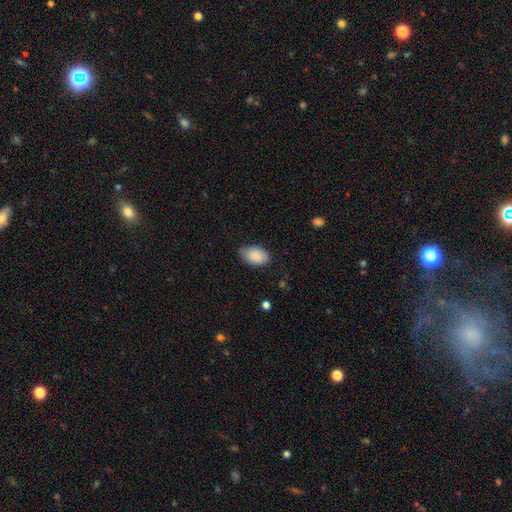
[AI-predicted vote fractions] The model was most divided on "merging": none: 69%, minor disturbance: 26%, major disturbance: 4%, merger: 1%. More confident: how rounded — in between (91%); smooth or featured — smooth (88%).